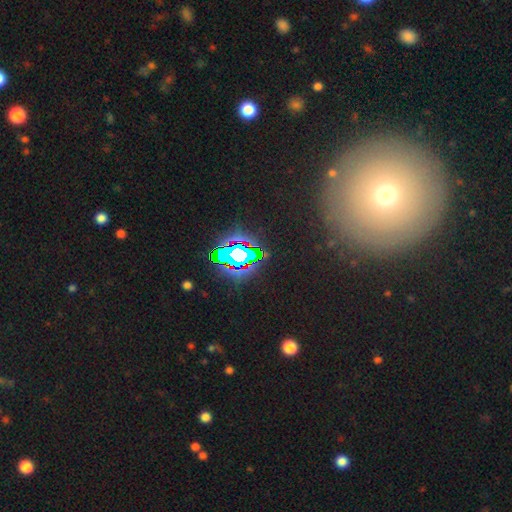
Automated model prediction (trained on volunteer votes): This is possibly a star or artifact rather than a galaxy (51%).